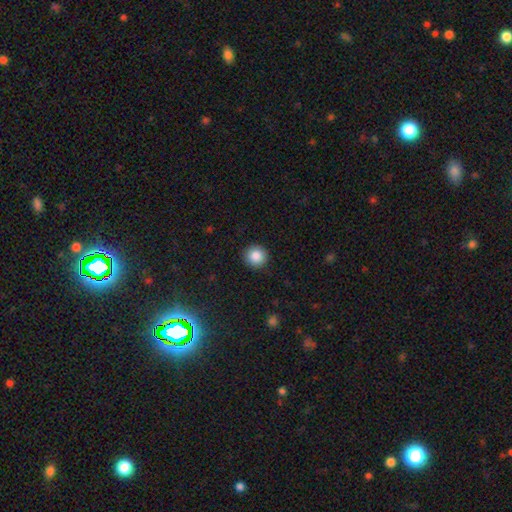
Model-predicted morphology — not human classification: This is clearly a smooth galaxy (87%). How rounded: clearly round (94%). Merging: clearly none (92%).